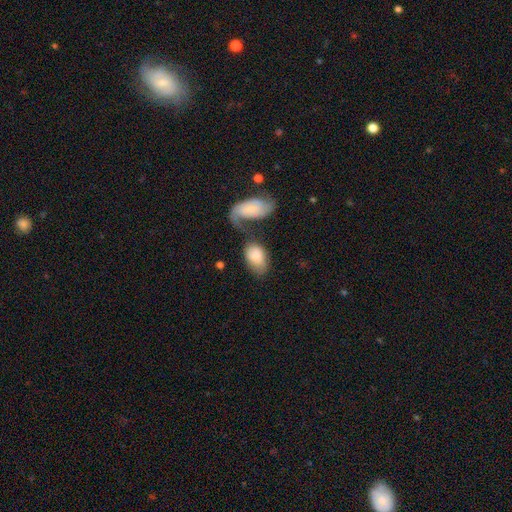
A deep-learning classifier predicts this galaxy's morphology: smooth_or_featured: smooth (p=0.73) [alt: featured or disk p=0.21]
how_rounded: in between (p=0.90) [alt: round p=0.09]
merging: merger (p=0.38) [alt: none p=0.30]